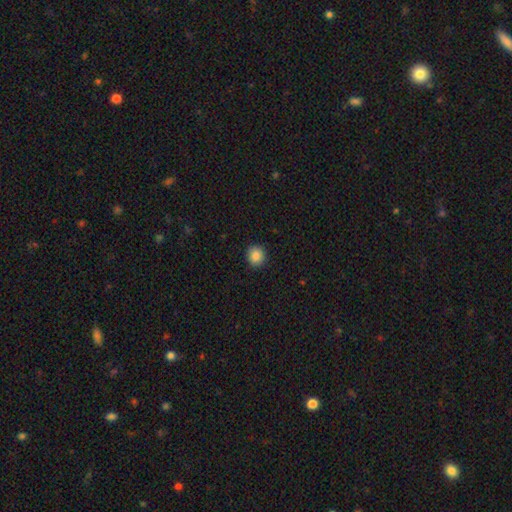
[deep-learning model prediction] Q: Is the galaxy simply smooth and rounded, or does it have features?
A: smooth — 87%.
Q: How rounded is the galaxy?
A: round — 88%.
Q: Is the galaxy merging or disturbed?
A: none — 91%.